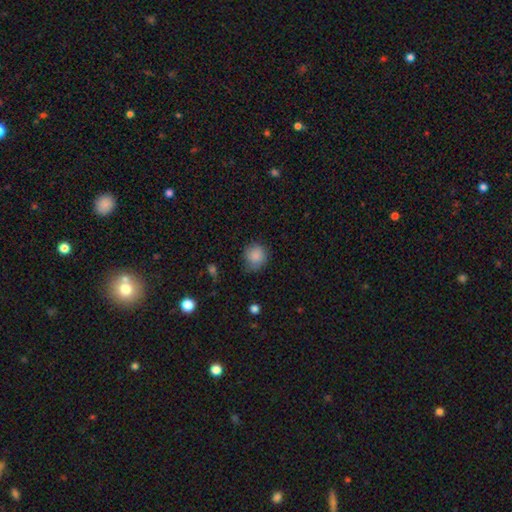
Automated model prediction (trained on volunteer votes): The model was most divided on "merging": none: 71%, minor disturbance: 23%, major disturbance: 5%, merger: 2%. More confident: how rounded — round (87%); smooth or featured — smooth (86%).